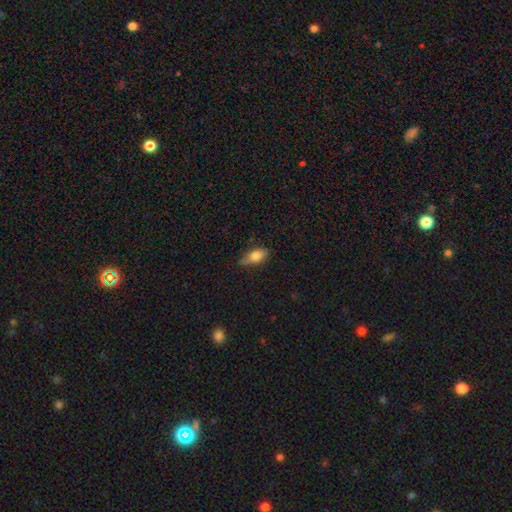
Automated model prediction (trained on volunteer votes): This is clearly a smooth galaxy (81%). How rounded: clearly in between (87%). Merging: possibly none (57%).